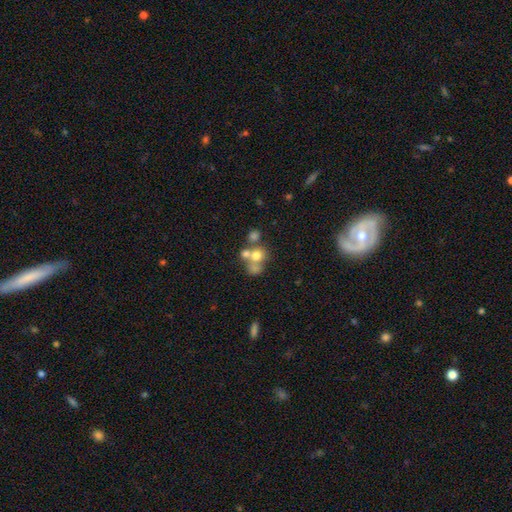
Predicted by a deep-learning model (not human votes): Smooth or featured? smooth (62%)
How rounded? round (74%)
Merging? merger (52%)